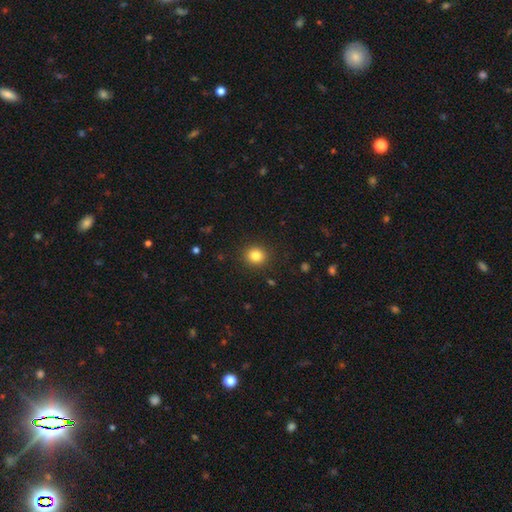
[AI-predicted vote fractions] A smooth galaxy with no disk features (83%) that is round (86%). Merging: none (90%).